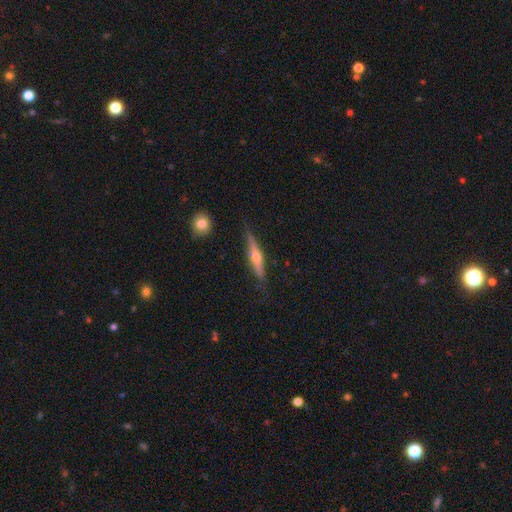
Morphology: type=featured or disk (77%); edge-on=yes (100%); edge-on bulge=rounded (100%); merging=none (76%).